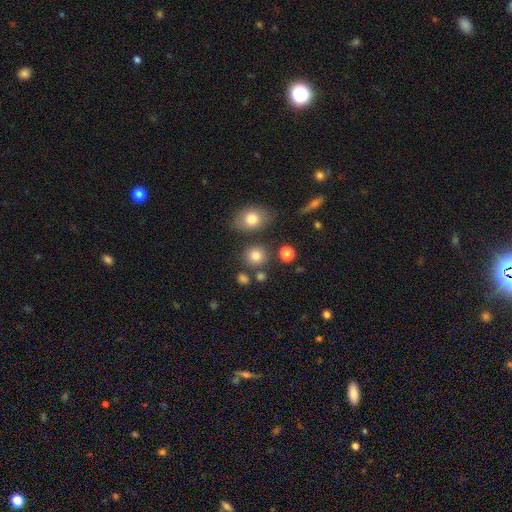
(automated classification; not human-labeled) This appears to be a smooth galaxy with no disk features (81%) that is round (82%). Merging: none (78%).